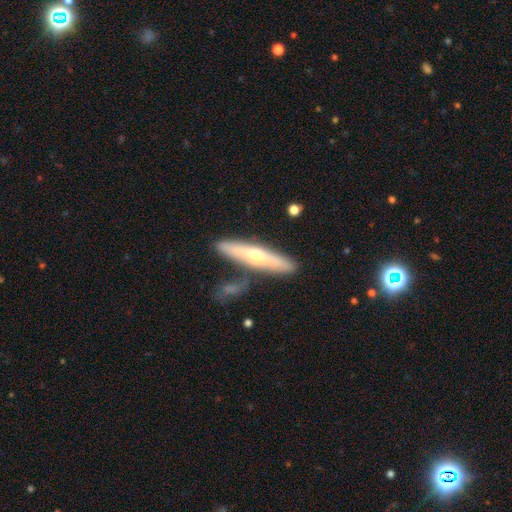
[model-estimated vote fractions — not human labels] Smooth or featured? featured or disk (52%)
Edge-on disk? yes (85%)
Merging? none (74%)